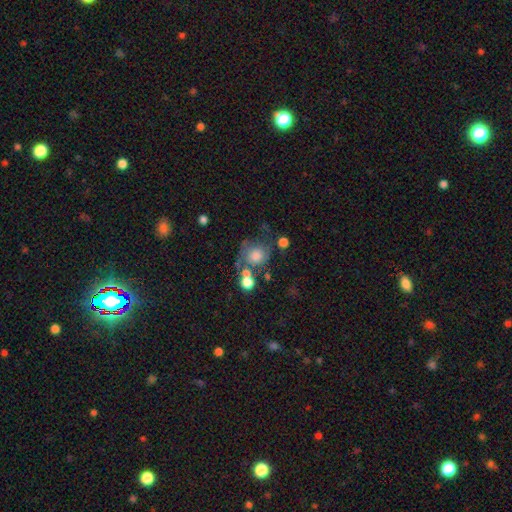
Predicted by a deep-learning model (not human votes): The model was most divided on "merging": none: 45%, minor disturbance: 21%, major disturbance: 17%, merger: 16%. More confident: how rounded — round (74%); smooth or featured — smooth (63%).